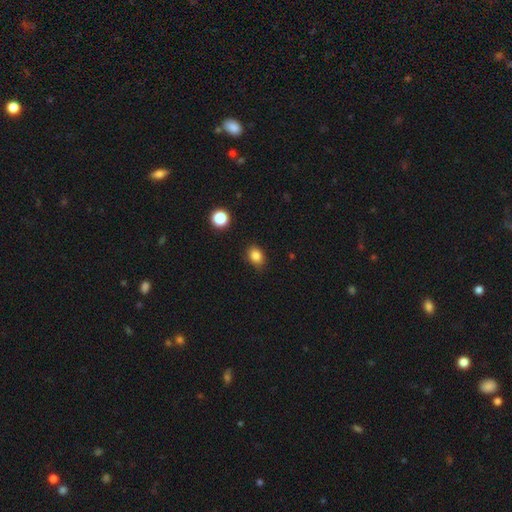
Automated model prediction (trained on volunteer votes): Overall: smooth (84%). How rounded: in between (63%; round 36%). Merging: none (81%).